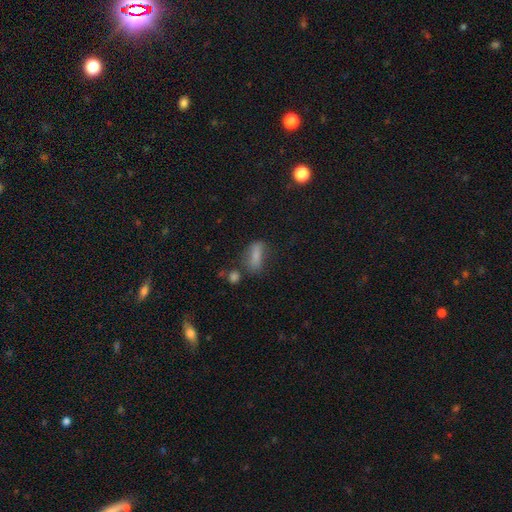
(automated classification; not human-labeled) Smooth or featured?
  - smooth: 74% *
  - featured or disk: 14%
  - star or artifact: 12%
How rounded?
  - in between: 70% *
  - cigar-shaped: 23%
  - round: 6%
Merging?
  - none: 49% *
  - minor disturbance: 25%
  - major disturbance: 15%
  - merger: 11%